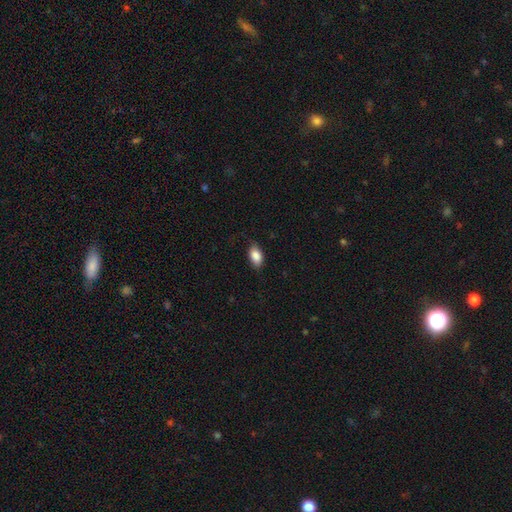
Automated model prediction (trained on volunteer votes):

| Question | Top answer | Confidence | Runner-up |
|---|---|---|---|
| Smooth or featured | smooth | 87% | star or artifact (7%) |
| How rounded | in between | 91% | round (6%) |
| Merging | none | 80% | minor disturbance (16%) |